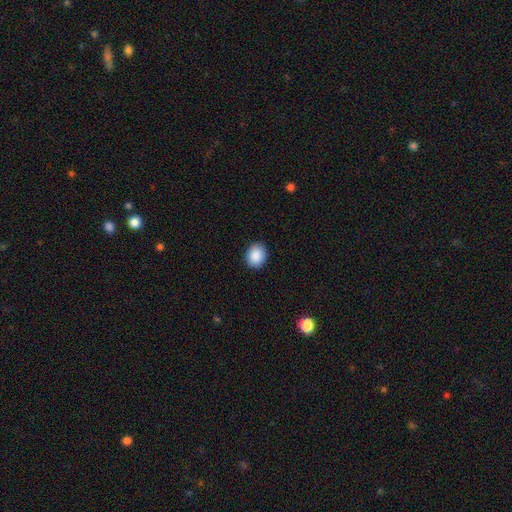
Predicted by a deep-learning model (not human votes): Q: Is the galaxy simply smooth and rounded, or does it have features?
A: smooth — 89%.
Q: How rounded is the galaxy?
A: round — 54%.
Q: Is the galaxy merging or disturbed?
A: none — 89%.